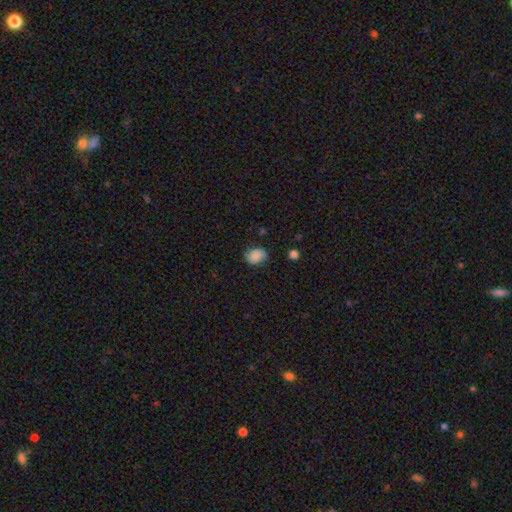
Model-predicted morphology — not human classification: A smooth galaxy with no disk features (77%) that is in between round and cigar-shaped (57%). Merging: none (71%).